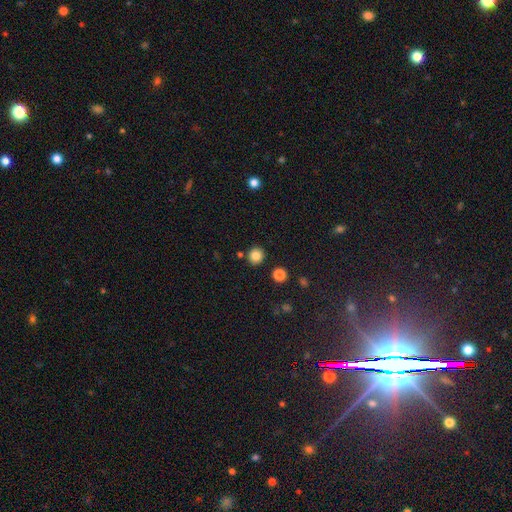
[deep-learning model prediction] Morphology: type=smooth (84%); roundness=round (86%); merging=none (87%).